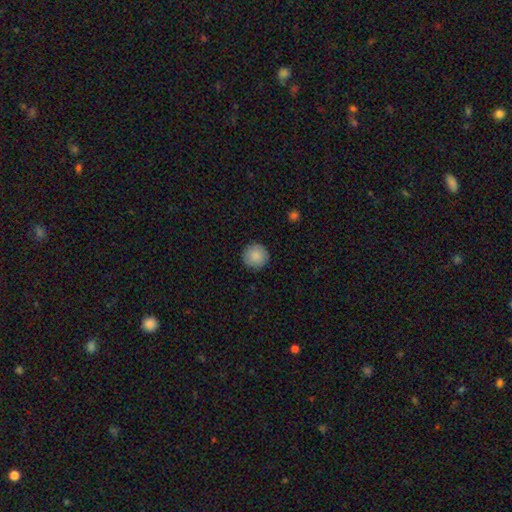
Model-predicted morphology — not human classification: A smooth galaxy with no disk features (88%) that is round (95%). Merging: none (91%).